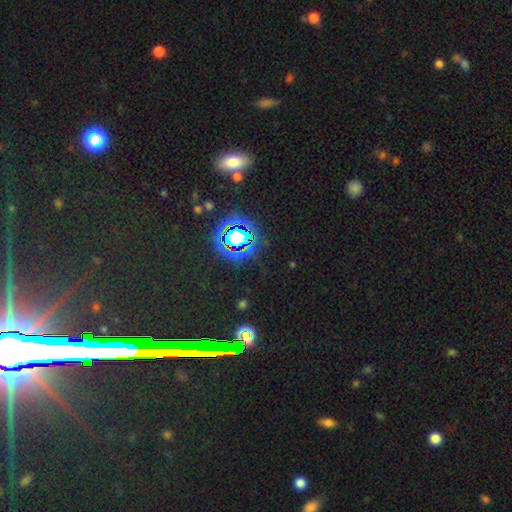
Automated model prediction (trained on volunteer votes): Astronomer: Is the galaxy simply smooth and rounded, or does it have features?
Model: star or artifact — 77%.